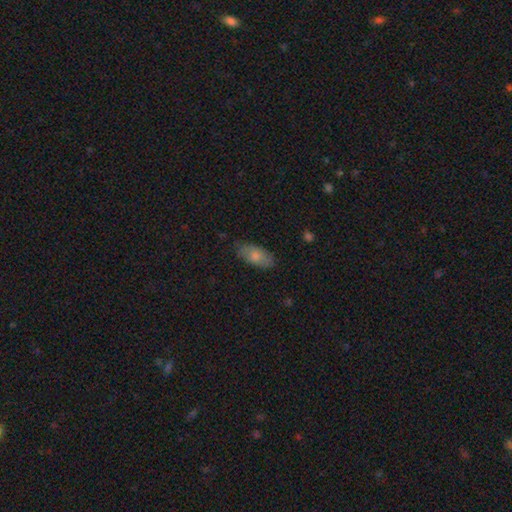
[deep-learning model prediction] Smooth or featured? smooth (76%)
How rounded? in between (89%)
Merging? none (76%)